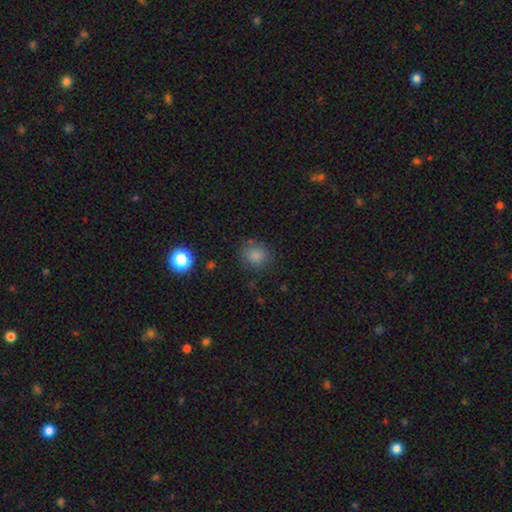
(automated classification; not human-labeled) Overall: smooth (81%). How rounded: round (85%). Merging: none (79%).